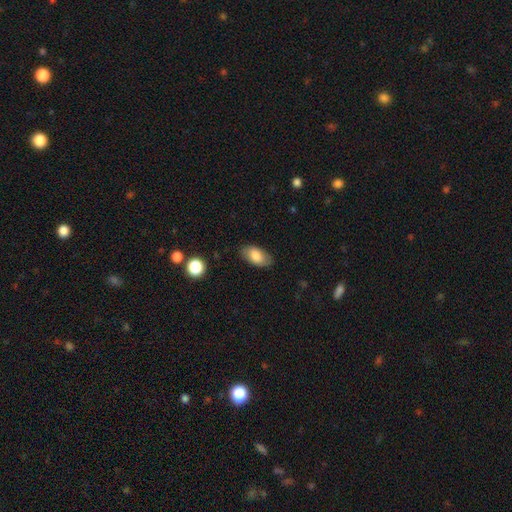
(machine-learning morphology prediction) smooth-or-featured: smooth: 82% | featured or disk: 11% | star or artifact: 7%
  how-rounded: in between: 93% | round: 4% | cigar-shaped: 3%
  merging: none: 82% | minor disturbance: 13% | major disturbance: 3% | merger: 1%